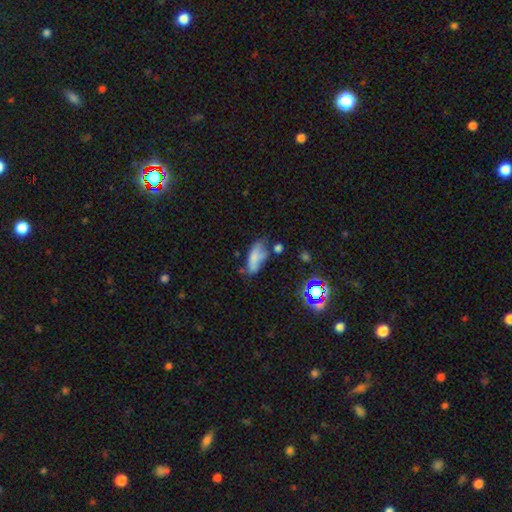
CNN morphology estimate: smooth-or-featured: smooth: 67% | featured or disk: 20% | star or artifact: 13%
  how-rounded: in between: 77% | cigar-shaped: 19% | round: 3%
  merging: none: 37% | minor disturbance: 32% | major disturbance: 18% | merger: 12%